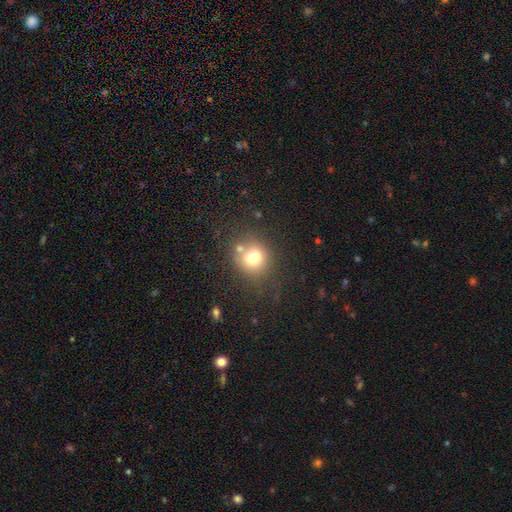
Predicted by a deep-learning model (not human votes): smooth 70%, featured or disk 17%, star or artifact 14%. Down the decision tree: how rounded — round (76%); merging — none (56%).